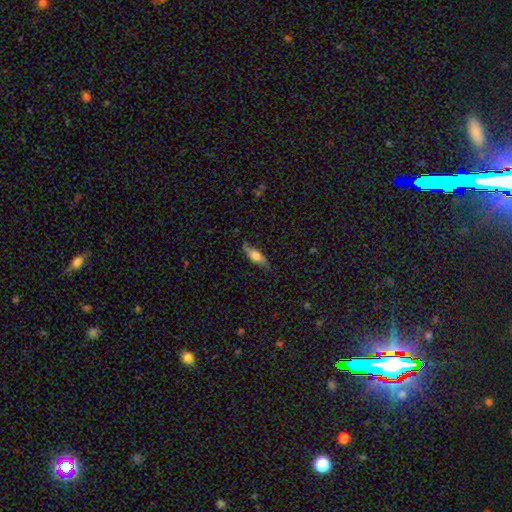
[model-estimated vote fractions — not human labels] A smooth galaxy with no disk features (54%) that is cigar-shaped (50%).

Vote fractions:
- Smooth or featured? smooth: 54% / featured or disk: 40% / star or artifact: 6%
- How rounded? cigar-shaped: 50% / in between: 46% / round: 3%
- Merging? none: 72% / minor disturbance: 21% / major disturbance: 5% / merger: 2%